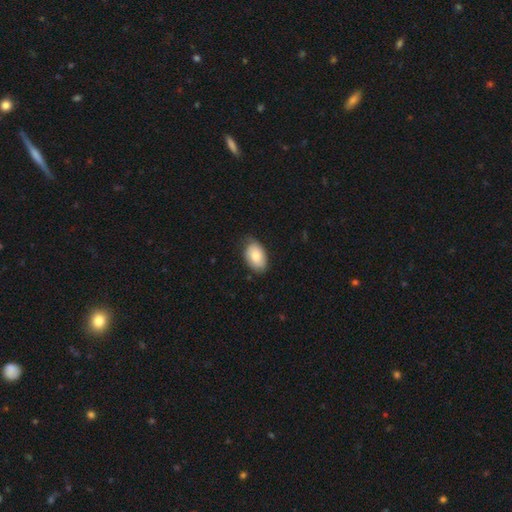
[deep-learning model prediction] Smooth or featured?
  - smooth: 80% *
  - featured or disk: 14%
  - star or artifact: 6%
How rounded?
  - in between: 91% *
  - round: 7%
  - cigar-shaped: 1%
Merging?
  - none: 70% *
  - minor disturbance: 25%
  - major disturbance: 4%
  - merger: 1%